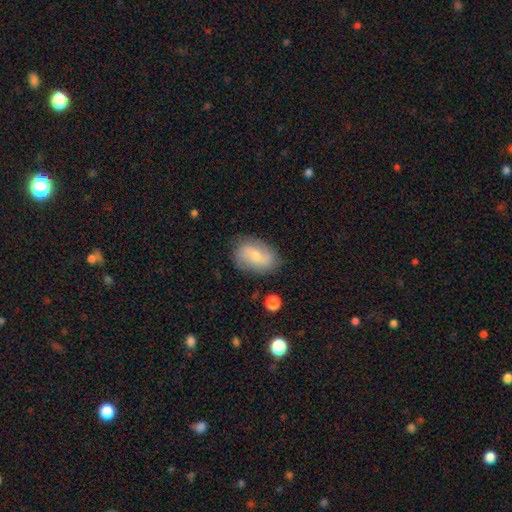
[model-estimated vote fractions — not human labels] This is possibly a smooth galaxy (49%). Merging: likely none (80%).